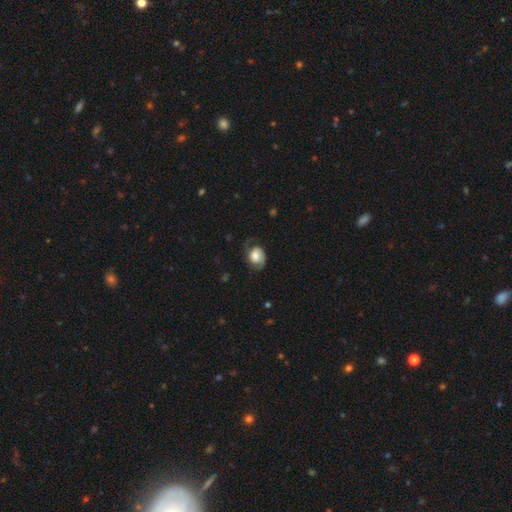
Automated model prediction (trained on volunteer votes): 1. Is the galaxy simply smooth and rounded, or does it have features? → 50% featured or disk, 41% smooth, 8% star or artifact.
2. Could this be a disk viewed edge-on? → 97% no, 3% yes.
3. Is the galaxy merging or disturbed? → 54% none, 27% minor disturbance, 18% major disturbance, 1% merger.